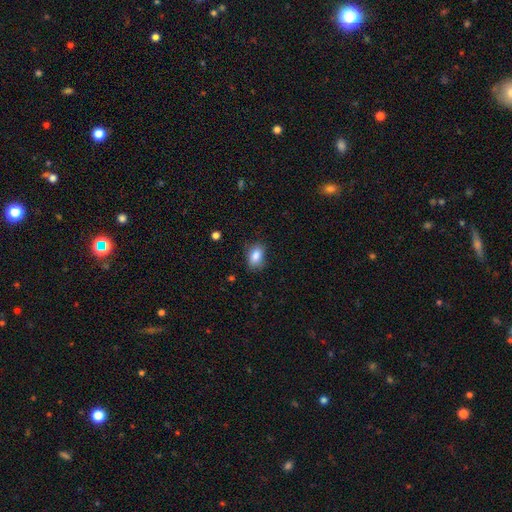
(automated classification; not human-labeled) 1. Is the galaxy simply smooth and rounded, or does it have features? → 86% smooth, 8% star or artifact, 6% featured or disk.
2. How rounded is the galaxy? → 87% in between, 11% round, 2% cigar-shaped.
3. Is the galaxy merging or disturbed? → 79% none, 16% minor disturbance, 3% major disturbance, 1% merger.